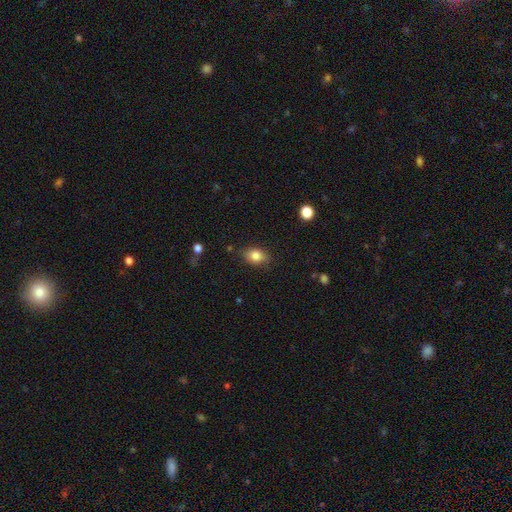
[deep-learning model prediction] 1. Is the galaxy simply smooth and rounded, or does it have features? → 82% smooth, 9% star or artifact, 9% featured or disk.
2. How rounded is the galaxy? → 72% in between, 26% round, 2% cigar-shaped.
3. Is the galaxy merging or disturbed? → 80% none, 15% minor disturbance, 3% major disturbance, 2% merger.